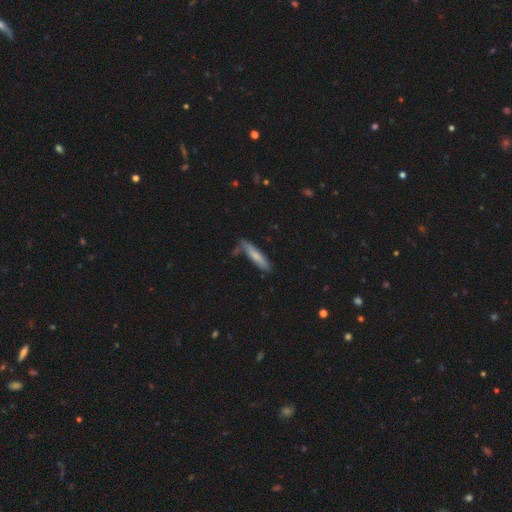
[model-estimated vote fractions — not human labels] Morphology: type=smooth (71%); roundness=cigar-shaped (86%); merging=none (73%).